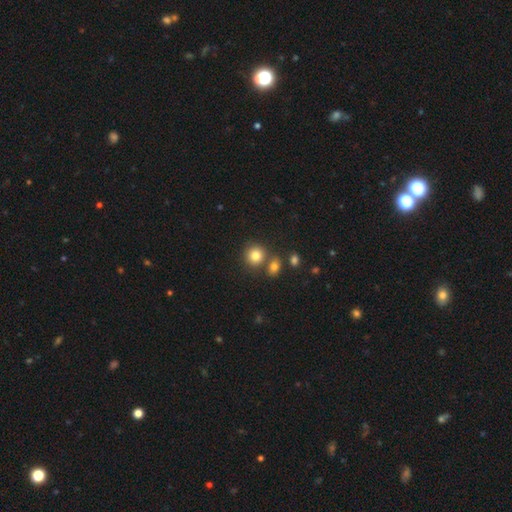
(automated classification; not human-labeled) Morphology: type=smooth (82%); roundness=round (85%); merging=none (66%).